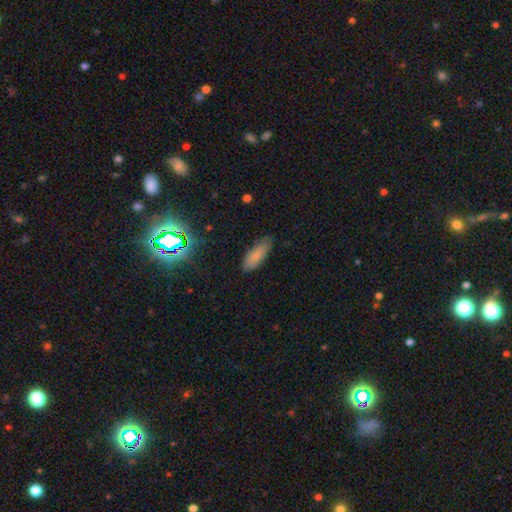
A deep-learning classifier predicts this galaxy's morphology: This is likely a smooth galaxy (80%). How rounded: likely in between (65%). Merging: likely none (77%).